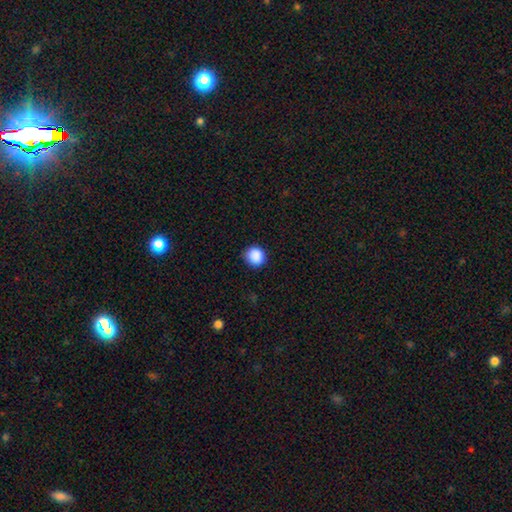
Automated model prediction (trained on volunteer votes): Q: Smooth or featured?
A: smooth (89%); runner-up: star or artifact (9%)
Q: How rounded?
A: round (88%); runner-up: in between (11%)
Q: Merging?
A: none (87%); runner-up: minor disturbance (10%)